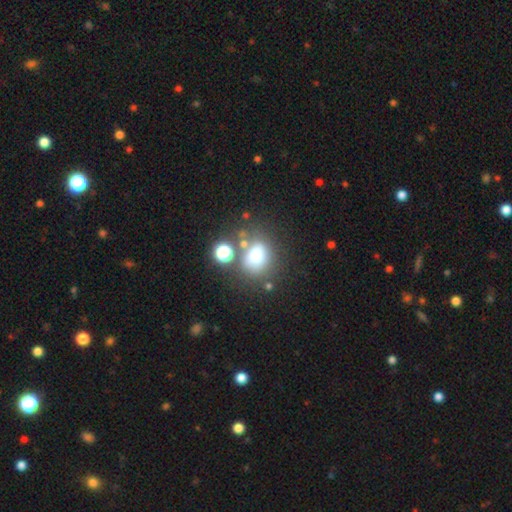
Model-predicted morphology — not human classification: smooth_or_featured: smooth (p=0.71) [alt: star or artifact p=0.16]
how_rounded: round (p=0.55) [alt: in between p=0.44]
merging: none (p=0.53) [alt: merger p=0.20]